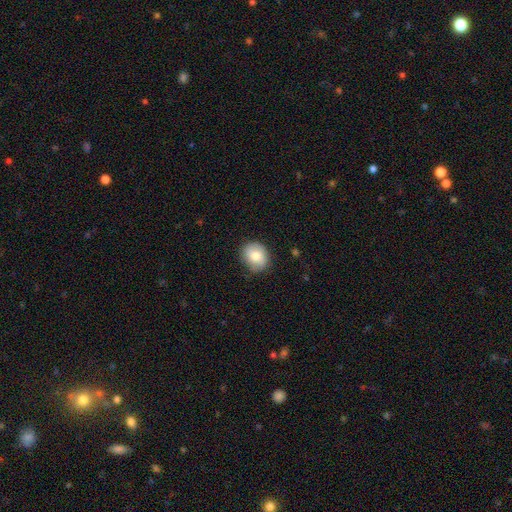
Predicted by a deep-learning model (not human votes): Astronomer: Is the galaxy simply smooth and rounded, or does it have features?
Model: smooth — 76%.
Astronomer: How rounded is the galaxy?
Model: round — 65%.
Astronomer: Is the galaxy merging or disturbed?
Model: none — 79%.